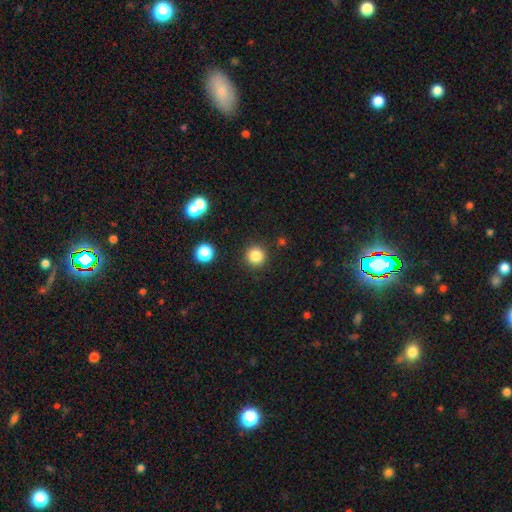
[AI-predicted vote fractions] A smooth galaxy with no disk features (83%) that is round (95%).

Vote fractions:
- Smooth or featured? smooth: 83% / star or artifact: 12% / featured or disk: 4%
- How rounded? round: 95% / in between: 4% / cigar-shaped: 1%
- Merging? none: 90% / minor disturbance: 6% / major disturbance: 2% / merger: 2%